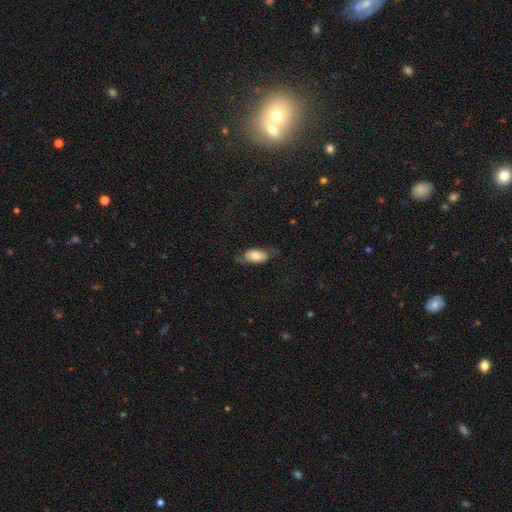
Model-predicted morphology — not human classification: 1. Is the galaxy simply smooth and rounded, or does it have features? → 58% smooth, 35% featured or disk, 7% star or artifact.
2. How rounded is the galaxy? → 89% in between, 7% cigar-shaped, 4% round.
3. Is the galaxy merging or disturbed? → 63% none, 21% minor disturbance, 15% major disturbance, 1% merger.